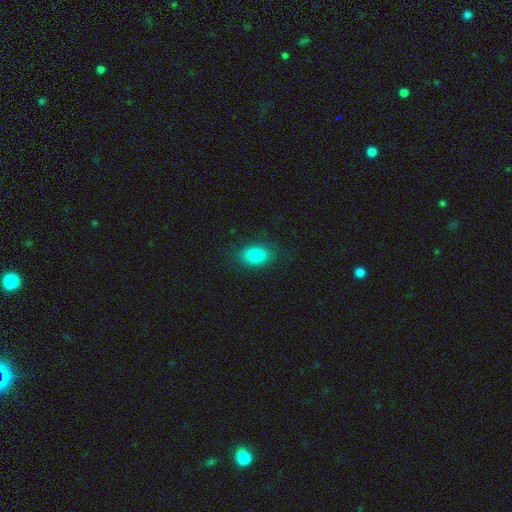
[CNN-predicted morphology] smooth 84%, star or artifact 9%, featured or disk 7%. Down the decision tree: how rounded — in between (82%); merging — none (85%).